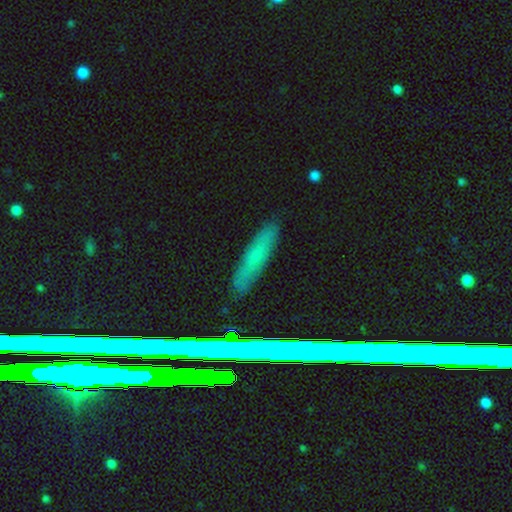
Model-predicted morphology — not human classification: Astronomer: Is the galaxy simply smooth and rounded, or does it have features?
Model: smooth — 44% (runner-up: featured or disk, 32%).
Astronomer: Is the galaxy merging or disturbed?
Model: none — 86%.